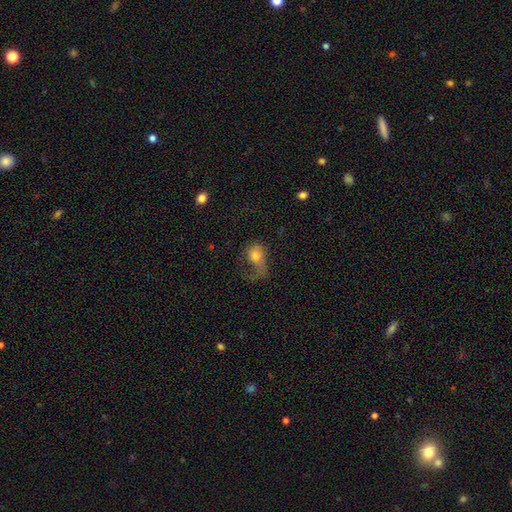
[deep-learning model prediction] The model was most divided on "how rounded": round: 50%, in between: 48%, cigar-shaped: 2%. More confident: merging — major disturbance (55%); smooth or featured — smooth (50%).